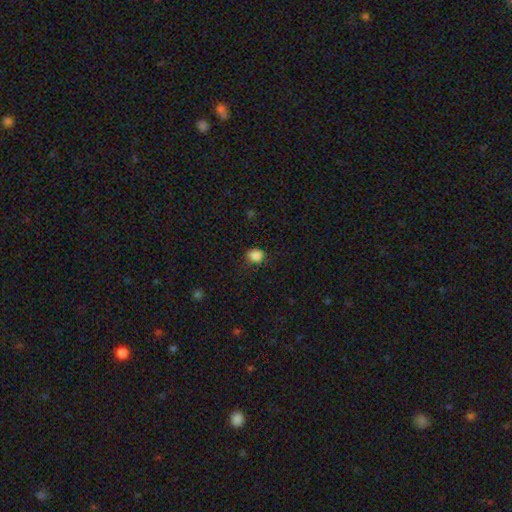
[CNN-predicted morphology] Smooth or featured?
  - smooth: 86% *
  - star or artifact: 11%
  - featured or disk: 3%
How rounded?
  - round: 72% *
  - in between: 27%
  - cigar-shaped: 1%
Merging?
  - none: 80% *
  - minor disturbance: 15%
  - major disturbance: 4%
  - merger: 1%